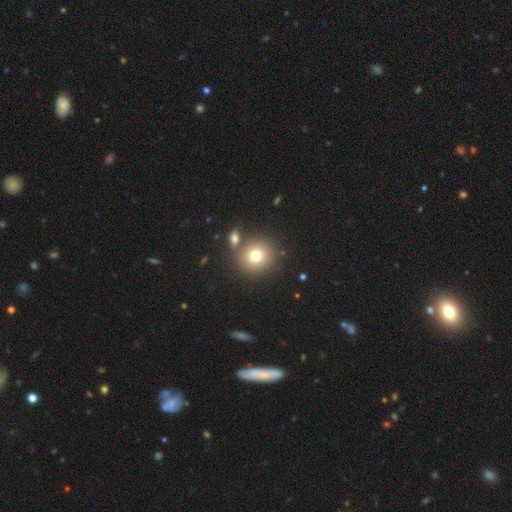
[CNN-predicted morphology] smooth-or-featured: smooth: 75% | star or artifact: 13% | featured or disk: 12%
  how-rounded: round: 89% | in between: 10% | cigar-shaped: 1%
  merging: none: 76% | merger: 13% | minor disturbance: 8% | major disturbance: 3%